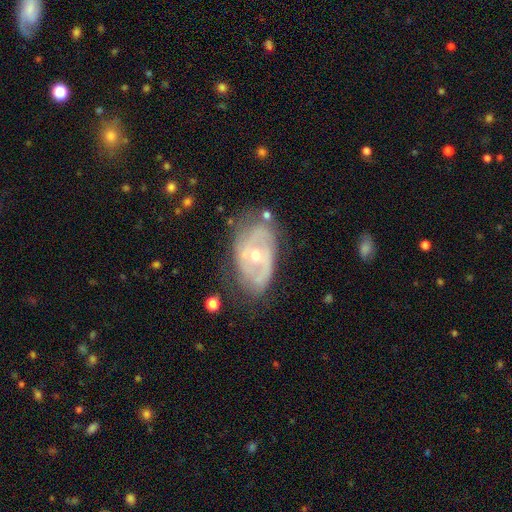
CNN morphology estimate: This is clearly a featured or disk galaxy (81%). It is clearly not viewed edge-on (94%). Bar: likely no (61%). Spiral arm pattern: likely yes (79%). Spiral arm count: possibly 2 (50%). Spiral winding: possibly tight (51%). Central bulge: possibly moderate (56%). Merging: likely none (66%).